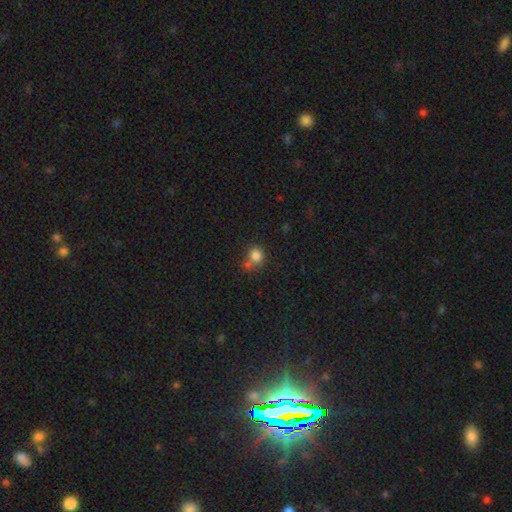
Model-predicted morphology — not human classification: Overall: smooth (82%). How rounded: round (80%). Merging: none (53%; merger 29%).